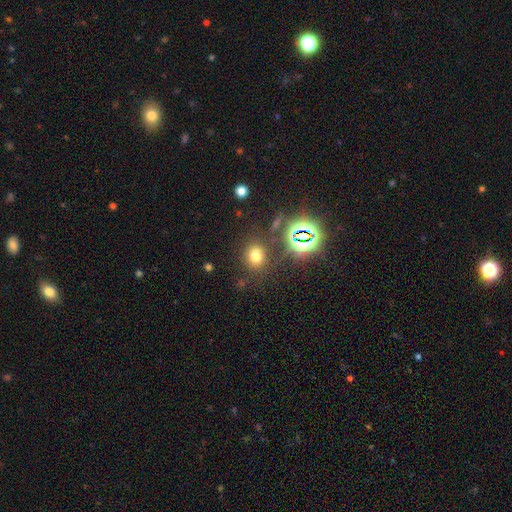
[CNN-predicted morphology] Smooth or featured? Predicted: smooth (p=0.65). How rounded? Predicted: round (p=0.71). Merging? Predicted: none (p=0.82).